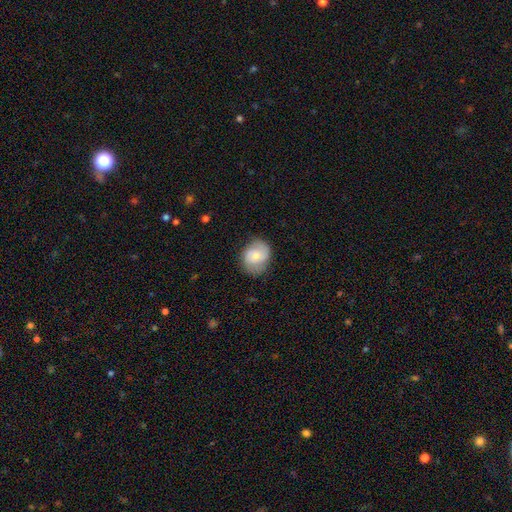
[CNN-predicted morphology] A smooth galaxy with no disk features (51%) that is round (62%). Merging: none (75%).